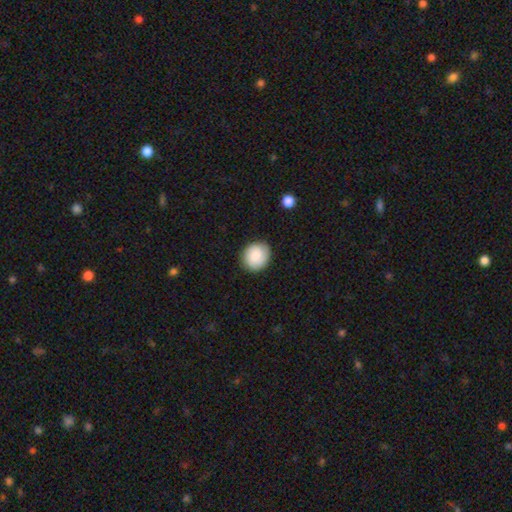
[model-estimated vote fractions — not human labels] Smooth or featured: smooth — 85% (featured or disk — 8%)
How rounded: round — 78% (in between — 21%)
Merging: none — 87% (minor disturbance — 10%)